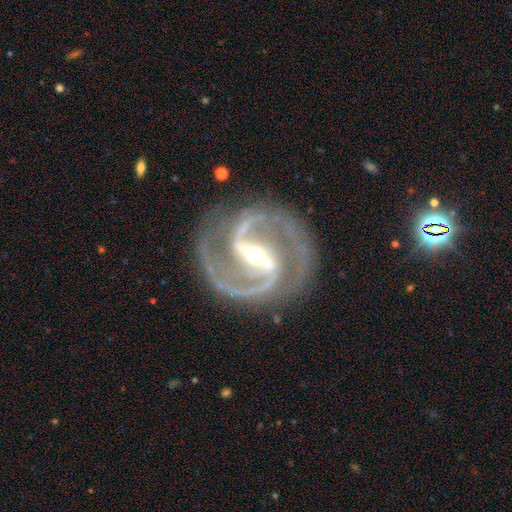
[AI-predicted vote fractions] Smooth or featured? featured or disk (93%)
Edge-on disk? no (97%)
Bar? strong (74%)
Spiral arms? yes (99%)
Spiral winding? medium (61%)
Spiral arm count? 2 (91%)
Bulge size? moderate (54%)
Merging? none (83%)